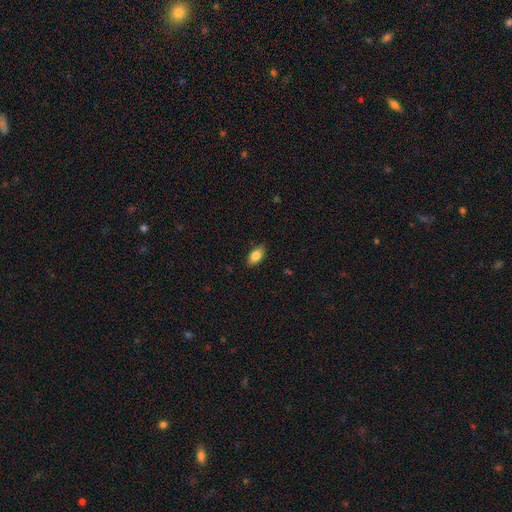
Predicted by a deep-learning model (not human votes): Smooth or featured? Predicted: smooth (p=0.84). How rounded? Predicted: in between (p=0.91). Merging? Predicted: none (p=0.85).